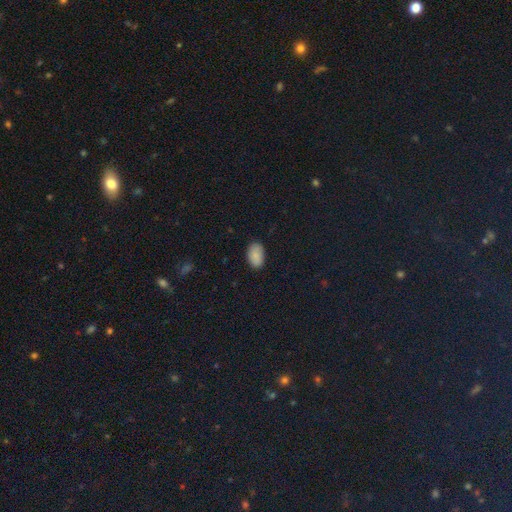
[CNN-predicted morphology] Smooth or featured? Predicted: smooth (p=0.87). How rounded? Predicted: in between (p=0.92). Merging? Predicted: none (p=0.86).